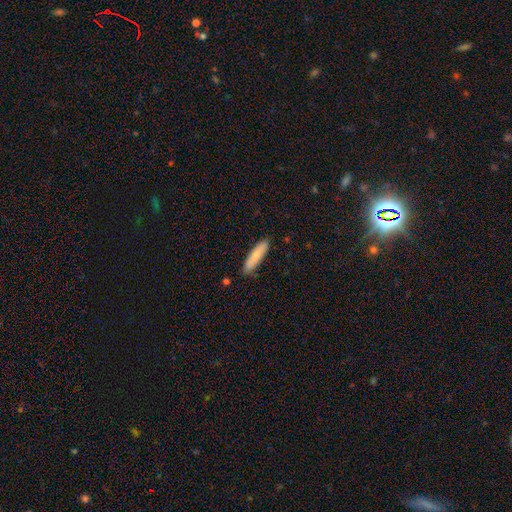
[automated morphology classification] Overall: smooth (79%). How rounded: cigar-shaped (79%). Merging: none (87%).